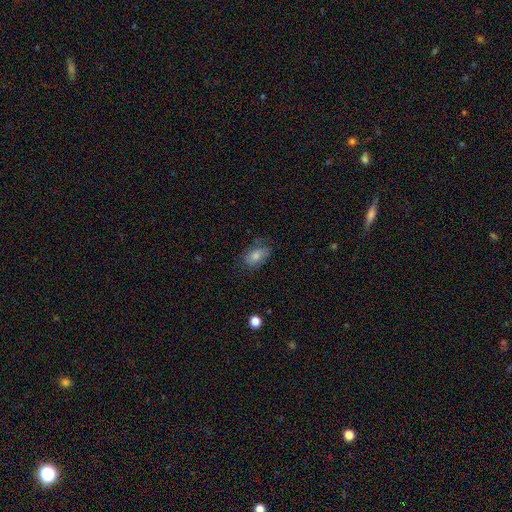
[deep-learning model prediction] Smooth or featured?
  - smooth: 62% *
  - featured or disk: 25%
  - star or artifact: 13%
How rounded?
  - in between: 86% *
  - round: 10%
  - cigar-shaped: 4%
Merging?
  - none: 70% *
  - minor disturbance: 21%
  - major disturbance: 7%
  - merger: 2%